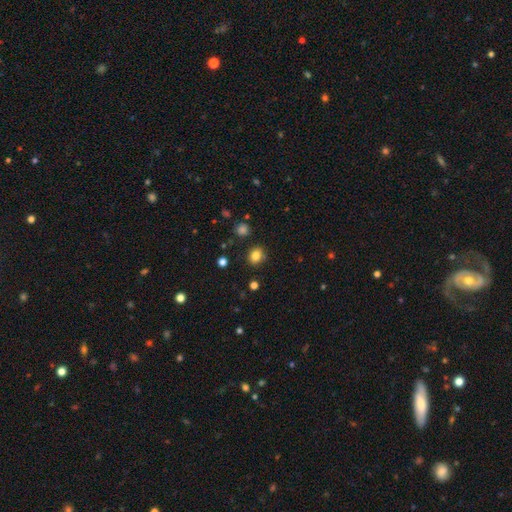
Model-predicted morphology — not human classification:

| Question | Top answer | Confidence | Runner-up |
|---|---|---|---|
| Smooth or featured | smooth | 82% | star or artifact (12%) |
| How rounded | round | 62% | in between (37%) |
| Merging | none | 86% | minor disturbance (9%) |